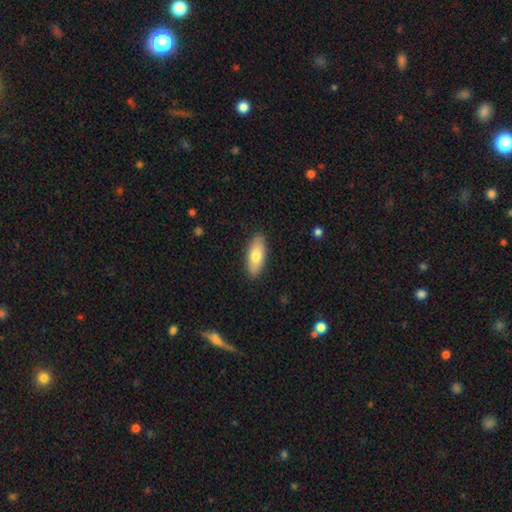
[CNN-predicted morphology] smooth_or_featured: smooth (p=0.75) [alt: featured or disk p=0.19]
how_rounded: in between (p=0.78) [alt: cigar-shaped p=0.19]
merging: none (p=0.88) [alt: minor disturbance p=0.09]